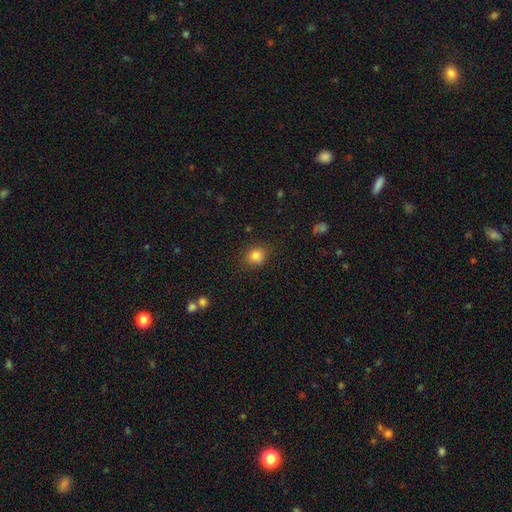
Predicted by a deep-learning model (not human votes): This is clearly a smooth galaxy (82%). How rounded: likely round (74%). Merging: clearly none (82%).